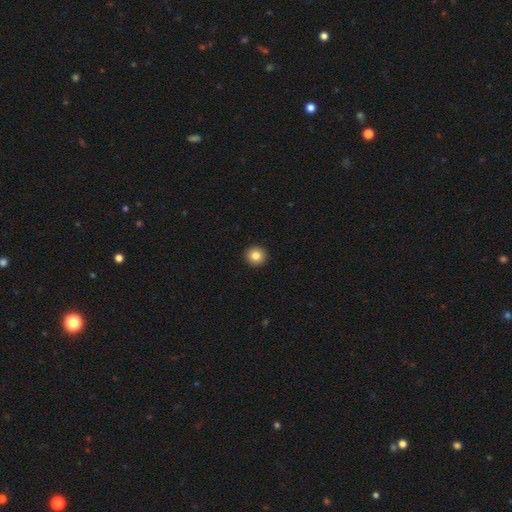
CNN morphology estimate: A smooth galaxy with no disk features (84%) that is round (95%). Merging: none (94%).